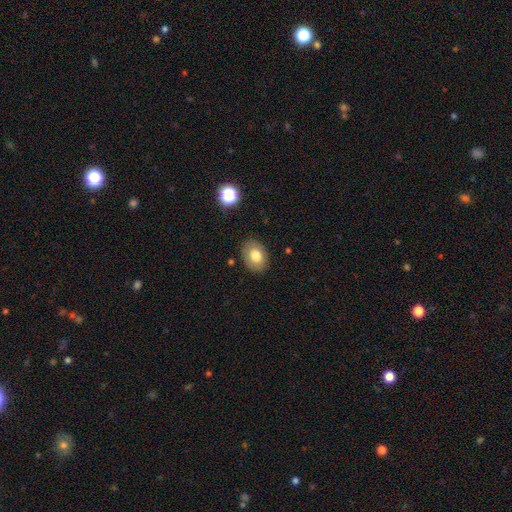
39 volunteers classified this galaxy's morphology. smooth-or-featured: smooth: 82% | featured or disk: 13% | star or artifact: 5%
  how-rounded: in between: 72% | round: 28% | cigar-shaped: 0%
  merging: none: 95% | minor disturbance: 3% | major disturbance: 3% | merger: 0%